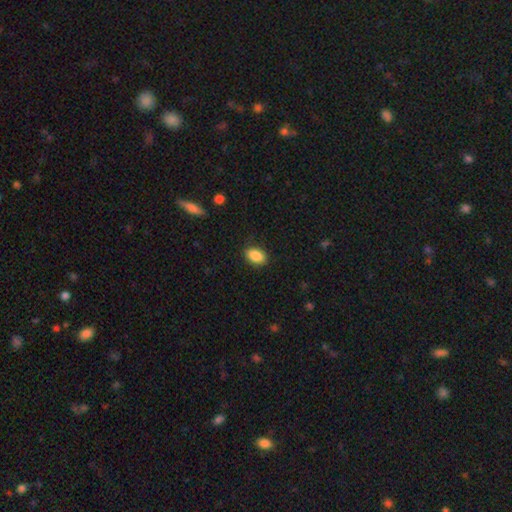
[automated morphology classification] This is clearly a smooth galaxy (89%). How rounded: clearly in between (89%). Merging: clearly none (86%).